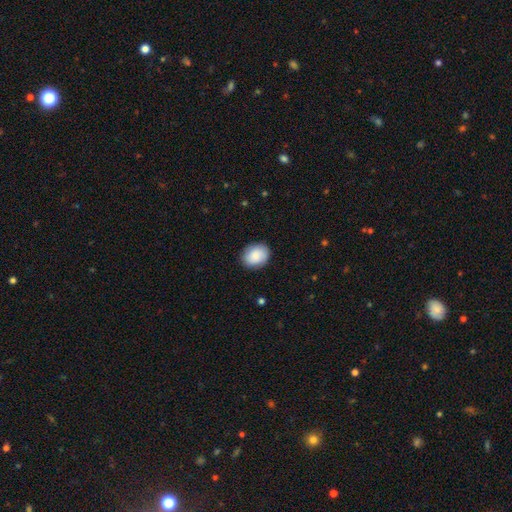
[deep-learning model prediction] Morphology: type=smooth (86%); roundness=in between (59%); merging=none (85%).